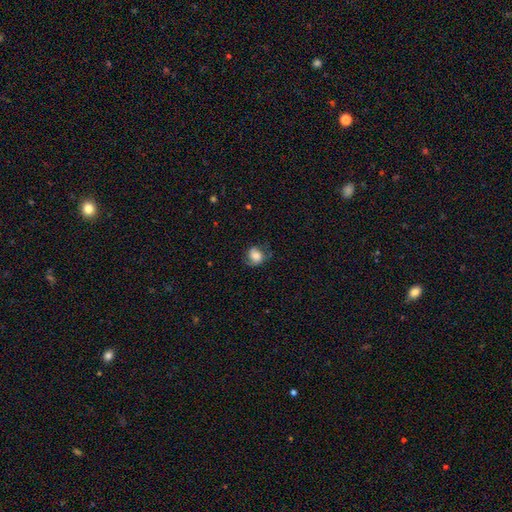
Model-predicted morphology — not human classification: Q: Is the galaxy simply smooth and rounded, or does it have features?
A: smooth — 69%.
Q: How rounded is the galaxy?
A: round — 62%.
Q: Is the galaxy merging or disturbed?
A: none — 54%.